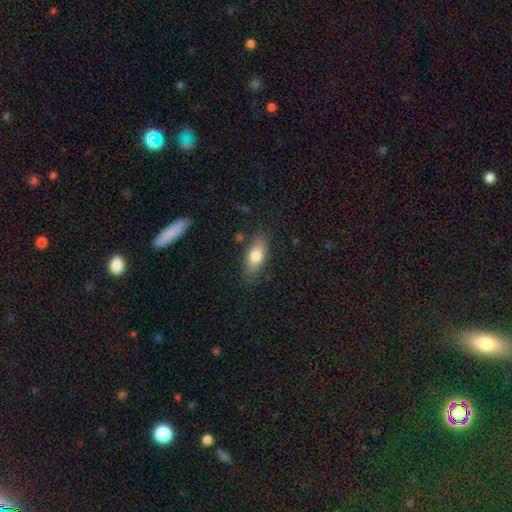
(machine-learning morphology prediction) A smooth galaxy with no disk features (77%) that is in between round and cigar-shaped (83%).

Vote fractions:
- Smooth or featured? smooth: 77% / featured or disk: 17% / star or artifact: 7%
- How rounded? in between: 83% / cigar-shaped: 13% / round: 4%
- Merging? none: 81% / minor disturbance: 14% / major disturbance: 3% / merger: 2%